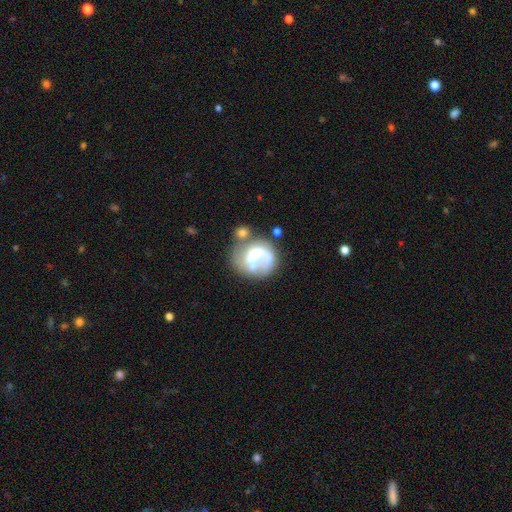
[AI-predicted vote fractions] Smooth or featured: featured or disk — 57% (smooth — 34%)
Edge-on disk: no — 98% (yes — 2%)
Bar: no — 49% (weak — 33%)
Spiral arms: yes — 51% (no — 49%)
Bulge size: moderate — 33% (none — 30%)
Merging: none — 38% (major disturbance — 26%)